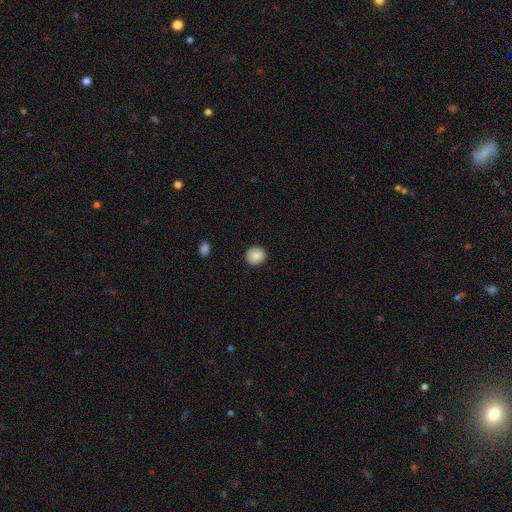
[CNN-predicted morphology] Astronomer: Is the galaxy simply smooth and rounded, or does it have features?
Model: smooth — 88%.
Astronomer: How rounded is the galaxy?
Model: round — 89%.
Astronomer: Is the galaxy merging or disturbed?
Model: none — 91%.